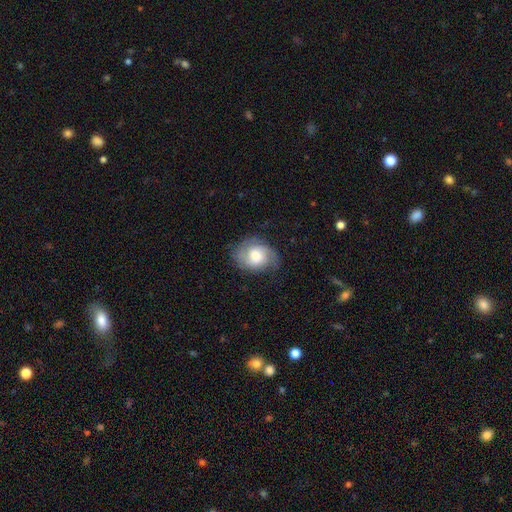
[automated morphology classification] Overall: featured or disk (59%; smooth 33%). Edge-on disk: no (97%). Bar: no (65%; weak 30%). Spiral arms: yes (89%). Spiral arm count: 2 (67%). Spiral winding: medium (44%; tight 37%). Bulge size: moderate (54%; large 23%). Merging: none (67%).